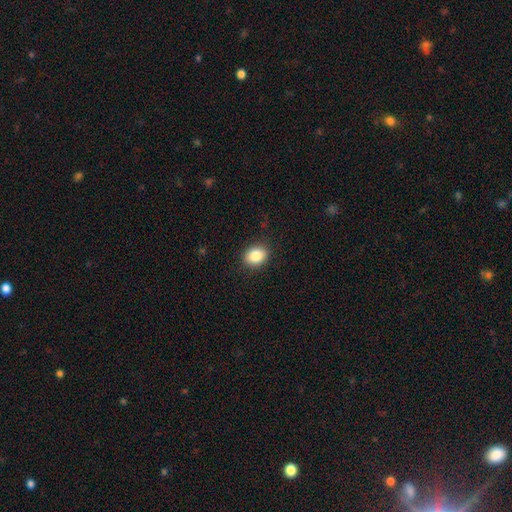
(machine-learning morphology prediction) Q: Smooth or featured?
A: smooth (86%); runner-up: star or artifact (9%)
Q: How rounded?
A: in between (55%); runner-up: round (44%)
Q: Merging?
A: none (89%); runner-up: minor disturbance (8%)